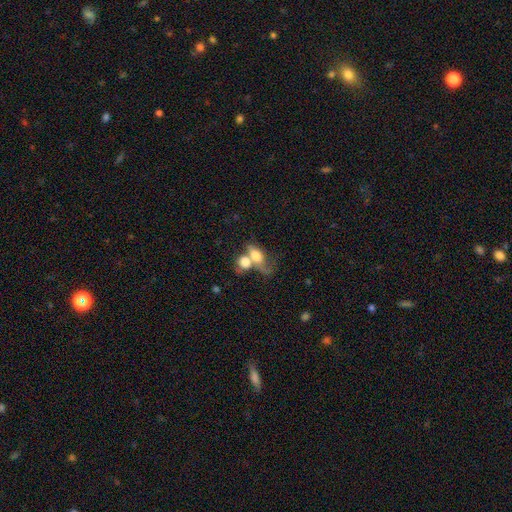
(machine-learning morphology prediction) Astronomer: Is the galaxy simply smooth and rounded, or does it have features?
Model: smooth — 67%.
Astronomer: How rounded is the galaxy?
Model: in between — 72%.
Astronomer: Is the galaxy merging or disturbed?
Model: merger — 65%.